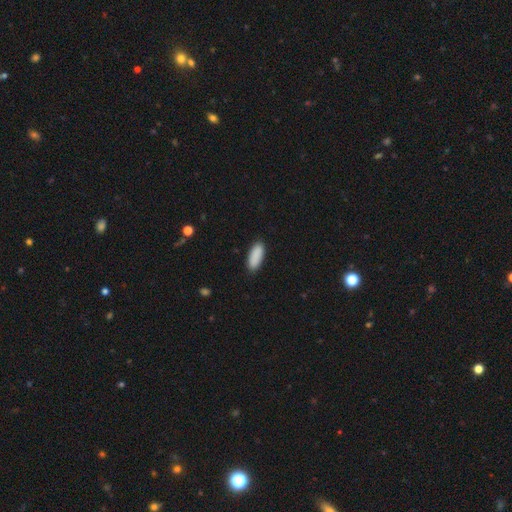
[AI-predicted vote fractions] smooth-or-featured: smooth: 90% | star or artifact: 6% | featured or disk: 4%
  how-rounded: in between: 79% | cigar-shaped: 19% | round: 2%
  merging: none: 89% | minor disturbance: 9% | major disturbance: 2% | merger: 1%